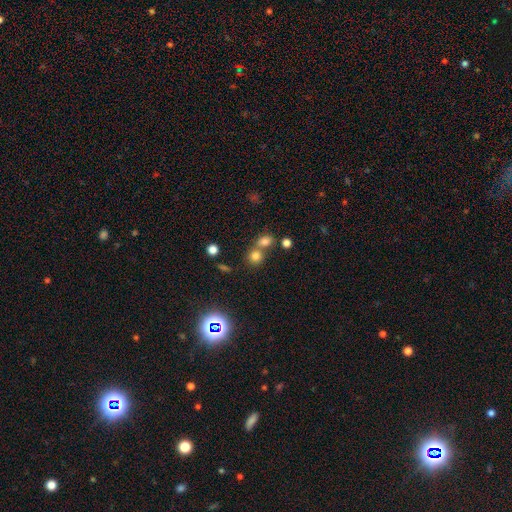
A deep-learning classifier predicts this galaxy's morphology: A smooth galaxy with no disk features (74%) that is round (80%). Merging: none (52%).